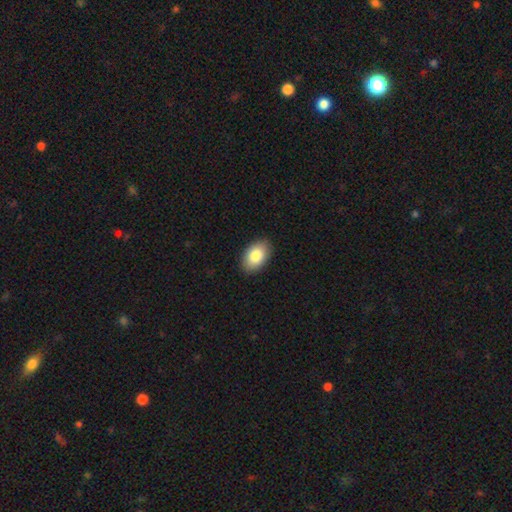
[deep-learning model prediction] A smooth galaxy with no disk features (84%) that is in between round and cigar-shaped (91%). Merging: none (89%).